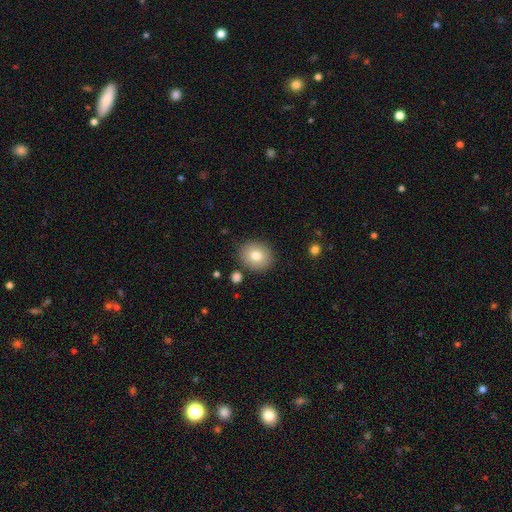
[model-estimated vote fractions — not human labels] The model was most divided on "how rounded": round: 72%, in between: 27%, cigar-shaped: 1%. More confident: merging — none (86%); smooth or featured — smooth (78%).